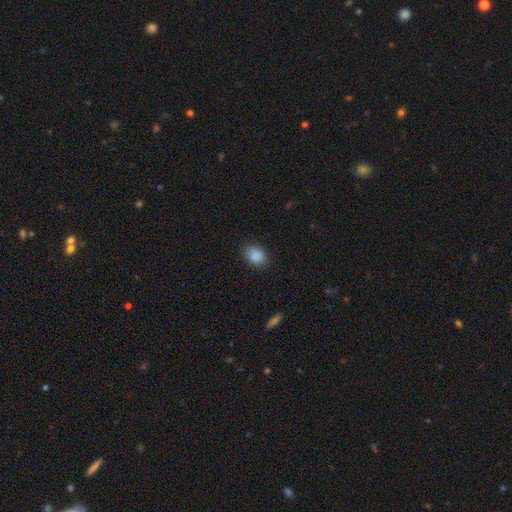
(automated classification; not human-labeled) This is clearly a smooth galaxy (88%). How rounded: likely in between (66%). Merging: clearly none (84%).